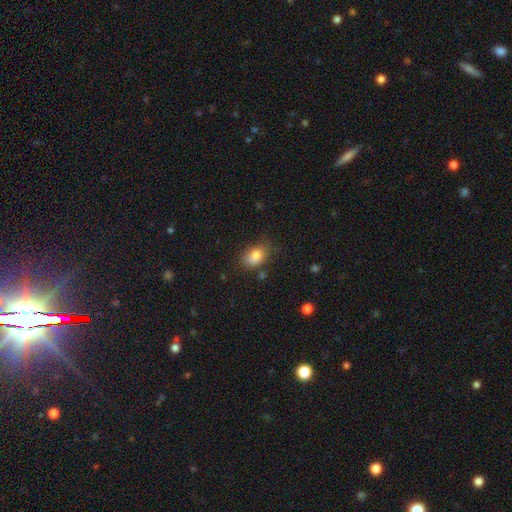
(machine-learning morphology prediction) The model was most divided on "merging": none: 61%, minor disturbance: 28%, major disturbance: 7%, merger: 4%. More confident: smooth or featured — smooth (82%); how rounded — in between (82%).